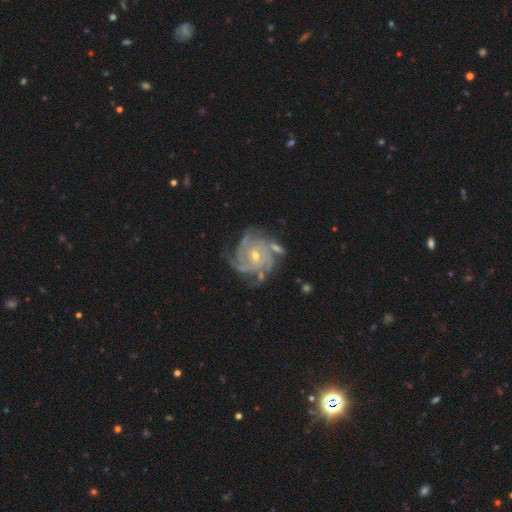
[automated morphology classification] The model was most divided on "spiral arm count": 4: 40%, 3: 21%, can't tell: 15%, more than 4: 12%, 2: 7%, 1: 6%. More confident: spiral arms — yes (98%); edge-on disk — no (98%); smooth or featured — featured or disk (89%); bar — no (70%); spiral winding — tight (68%); merging — none (66%); bulge size — small (60%).